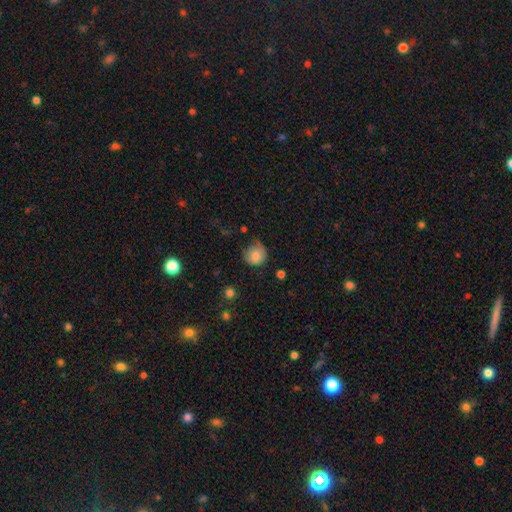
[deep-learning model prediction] Overall: smooth (80%). How rounded: round (86%). Merging: none (55%; minor disturbance 33%).